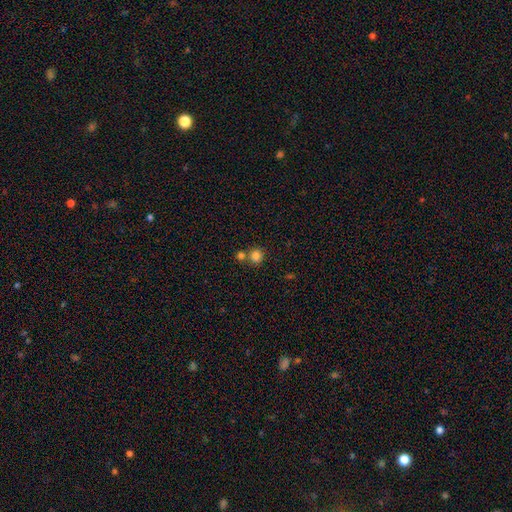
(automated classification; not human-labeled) Overall: smooth (84%). How rounded: round (91%). Merging: none (65%; merger 25%).